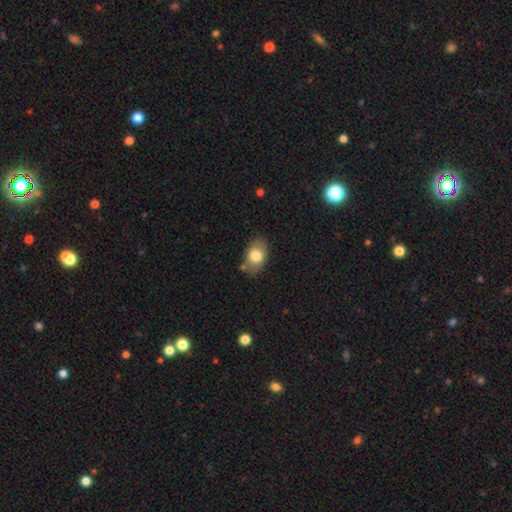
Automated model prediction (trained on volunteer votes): smooth 77%, featured or disk 15%, star or artifact 7%. Down the decision tree: how rounded — in between (83%); merging — none (77%).